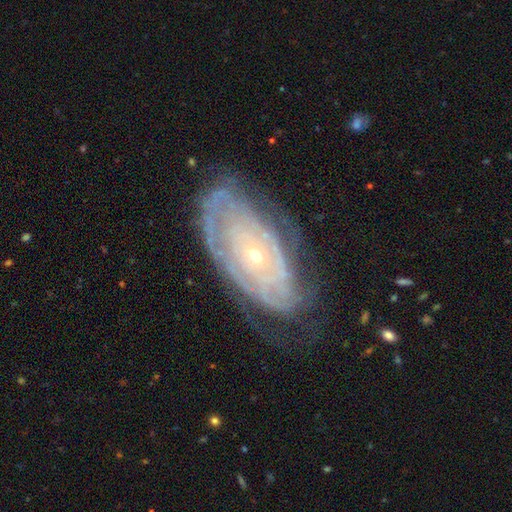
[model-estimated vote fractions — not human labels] smooth-or-featured: featured or disk: 81% | smooth: 13% | star or artifact: 7%
  disk-edge-on: no: 92% | yes: 8%
    bar: no: 83% | weak: 13% | strong: 4%
    has-spiral-arms: yes: 81% | no: 19%
      spiral-winding: tight: 75% | medium: 18% | loose: 7%
      spiral-arm-count: can't tell: 56% | 2: 17% | 3: 9% | 4: 7% | more than 4: 6% | 1: 5%
    bulge-size: small: 70% | moderate: 27% | large: 1% | none: 1% | dominant: 1%
  merging: none: 60% | minor disturbance: 24% | major disturbance: 14% | merger: 2%